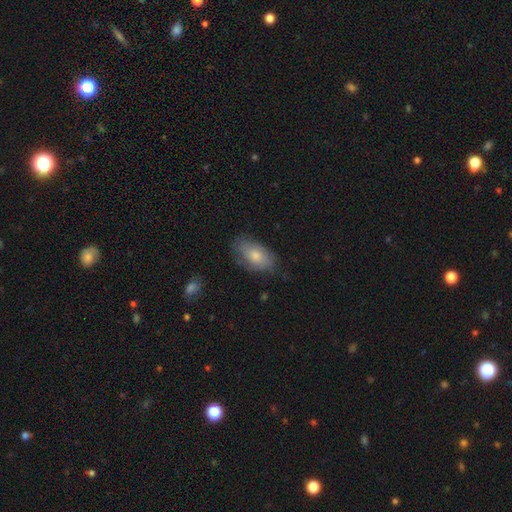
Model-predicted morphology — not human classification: Overall: smooth (77%). How rounded: in between (93%). Merging: none (69%).